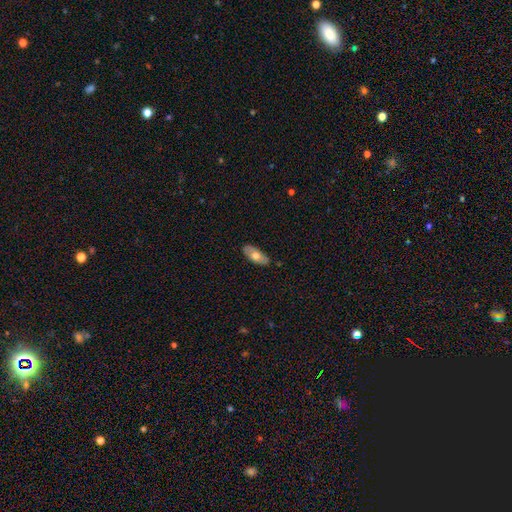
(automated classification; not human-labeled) Smooth or featured? Predicted: smooth (p=0.62). How rounded? Predicted: in between (p=0.86). Merging? Predicted: none (p=0.84).